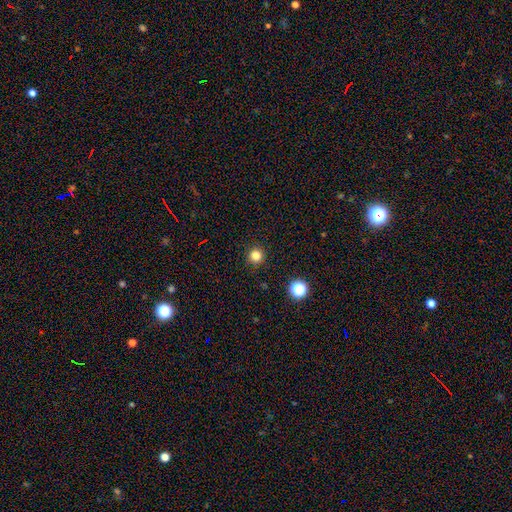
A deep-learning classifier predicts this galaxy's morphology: This appears to be a smooth galaxy with no disk features (81%) that is round (95%). Merging: none (92%).